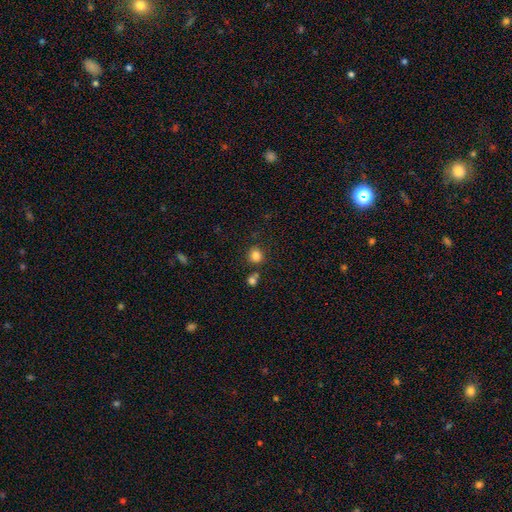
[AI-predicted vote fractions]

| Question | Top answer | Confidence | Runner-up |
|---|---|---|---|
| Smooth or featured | smooth | 84% | star or artifact (12%) |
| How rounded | round | 88% | in between (11%) |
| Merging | none | 77% | merger (11%) |